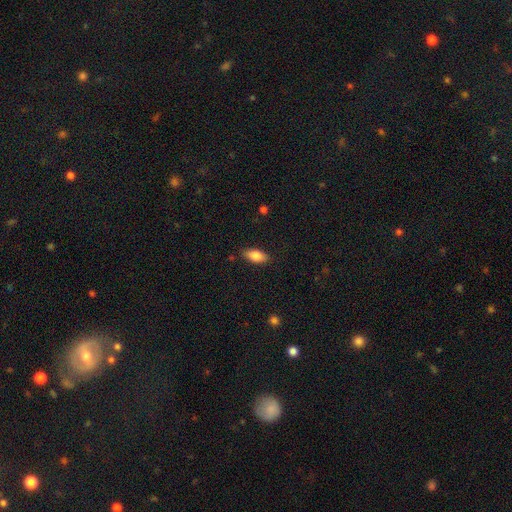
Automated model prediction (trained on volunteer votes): The model was most divided on "merging": none: 84%, minor disturbance: 12%, major disturbance: 3%, merger: 1%. More confident: how rounded — in between (88%); smooth or featured — smooth (84%).